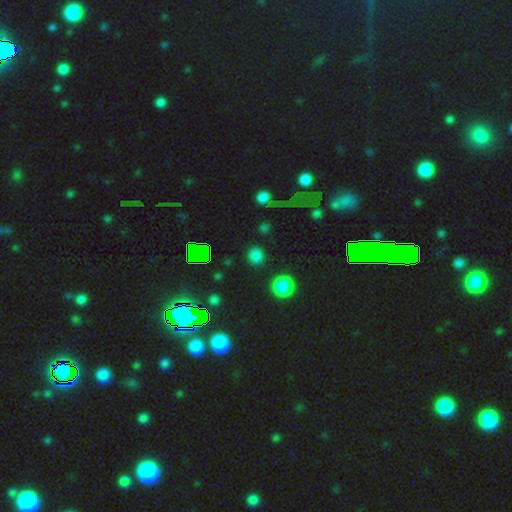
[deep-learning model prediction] Morphology: type=smooth (68%); roundness=round (92%); merging=none (86%).